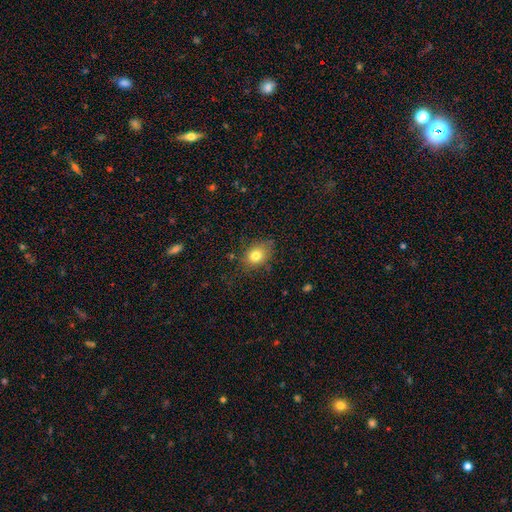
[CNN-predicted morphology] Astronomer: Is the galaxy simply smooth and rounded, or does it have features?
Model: smooth — 78%.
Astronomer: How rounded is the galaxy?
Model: in between — 63%.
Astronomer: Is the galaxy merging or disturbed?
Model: none — 74%.